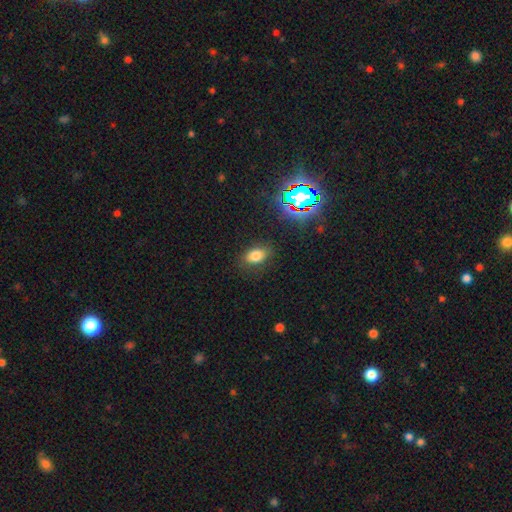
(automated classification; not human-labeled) smooth-or-featured: smooth: 76% | star or artifact: 16% | featured or disk: 8%
  how-rounded: in between: 82% | round: 16% | cigar-shaped: 2%
  merging: none: 82% | minor disturbance: 12% | major disturbance: 4% | merger: 1%